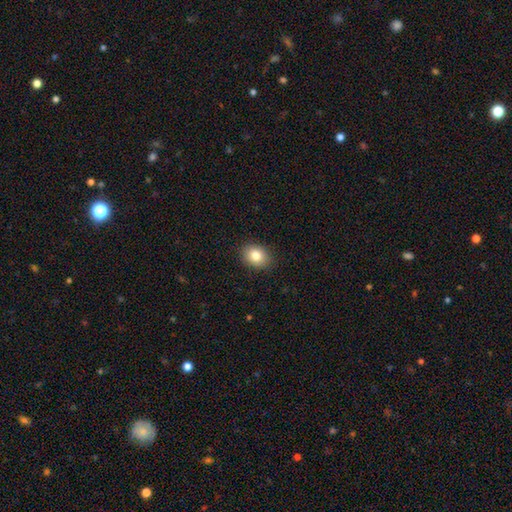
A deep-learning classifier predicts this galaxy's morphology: Smooth or featured? smooth (82%)
How rounded? in between (56%)
Merging? none (89%)